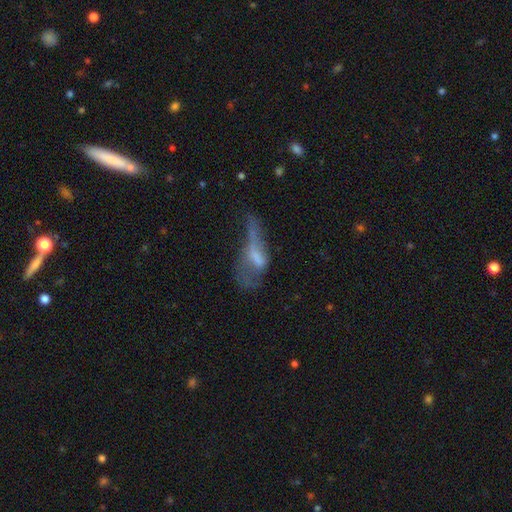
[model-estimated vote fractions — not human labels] smooth_or_featured: featured or disk (p=0.46) [alt: smooth p=0.42]
merging: major disturbance (p=0.54) [alt: none p=0.18]